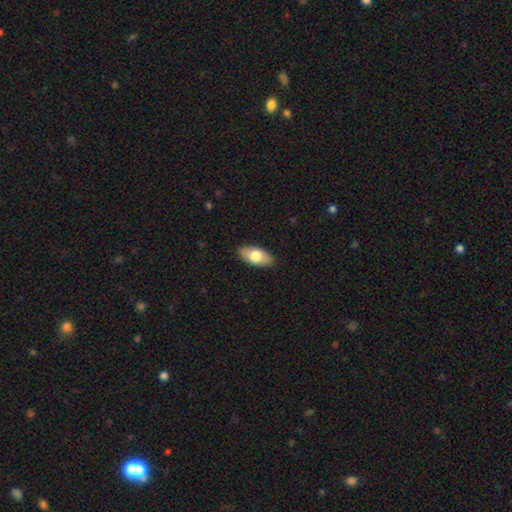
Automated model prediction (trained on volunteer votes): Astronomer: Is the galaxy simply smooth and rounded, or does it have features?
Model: smooth — 74%.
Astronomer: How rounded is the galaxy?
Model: in between — 92%.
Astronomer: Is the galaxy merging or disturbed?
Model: none — 87%.